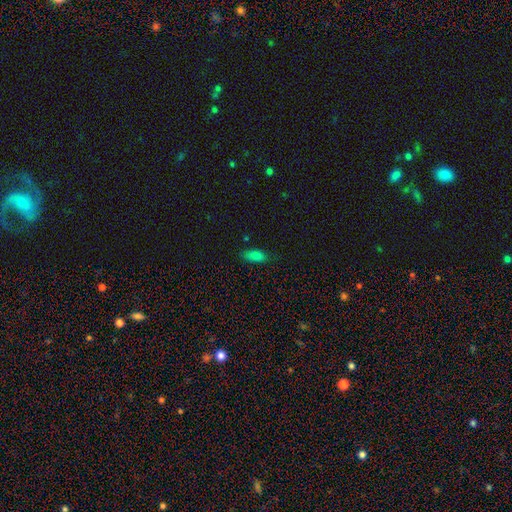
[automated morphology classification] The model was most divided on "merging": none: 79%, minor disturbance: 16%, major disturbance: 3%, merger: 2%. More confident: how rounded — in between (82%); smooth or featured — smooth (82%).